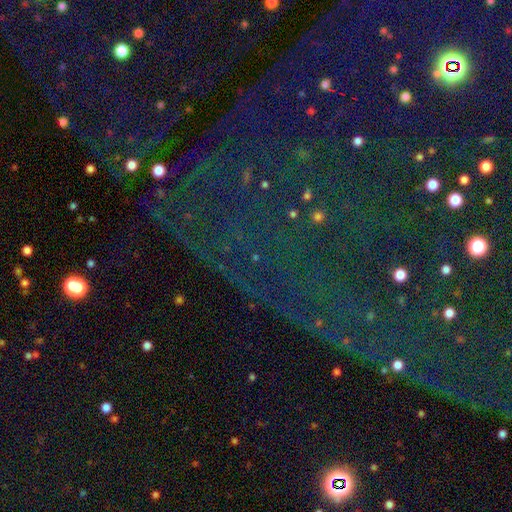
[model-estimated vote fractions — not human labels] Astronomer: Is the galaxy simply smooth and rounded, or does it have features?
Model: star or artifact — 82%.